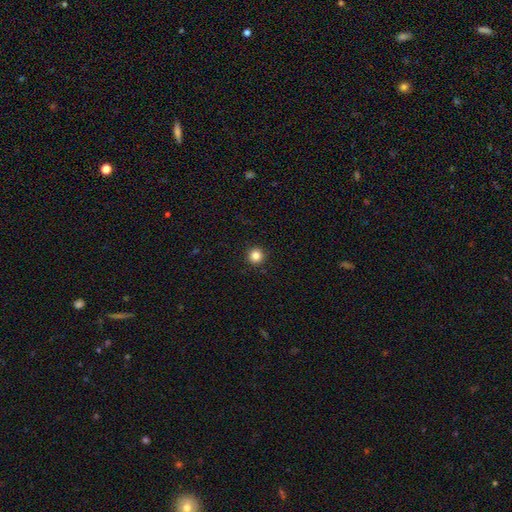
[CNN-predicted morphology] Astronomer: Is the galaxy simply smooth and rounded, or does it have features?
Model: smooth — 84%.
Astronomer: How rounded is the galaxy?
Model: round — 96%.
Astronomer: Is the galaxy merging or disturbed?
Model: none — 93%.